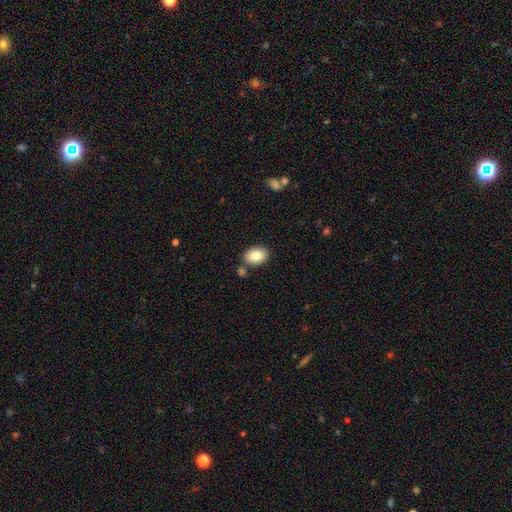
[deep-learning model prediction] The model was most divided on "merging": none: 77%, minor disturbance: 11%, merger: 8%, major disturbance: 3%. More confident: smooth or featured — smooth (87%); how rounded — in between (83%).